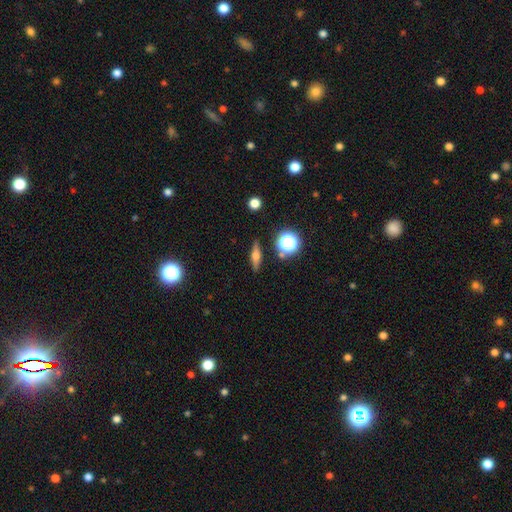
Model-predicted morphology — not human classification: Smooth or featured? featured or disk (50%)
Edge-on disk? yes (93%)
Merging? none (87%)